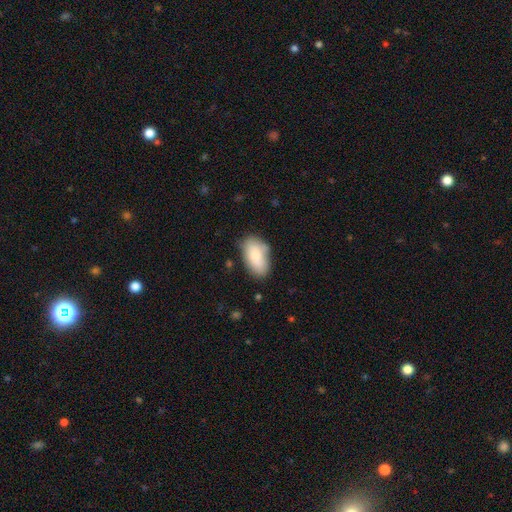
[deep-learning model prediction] Morphology: type=smooth (79%); roundness=in between (94%); merging=none (68%).